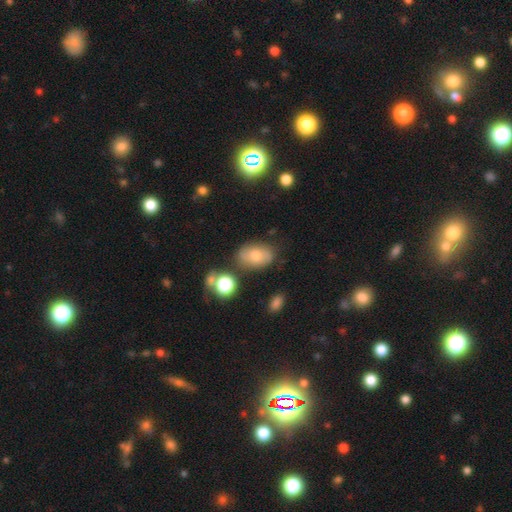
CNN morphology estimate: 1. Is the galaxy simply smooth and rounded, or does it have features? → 58% smooth, 31% featured or disk, 11% star or artifact.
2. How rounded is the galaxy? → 82% in between, 16% round, 1% cigar-shaped.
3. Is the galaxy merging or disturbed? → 69% none, 19% minor disturbance, 6% major disturbance, 6% merger.